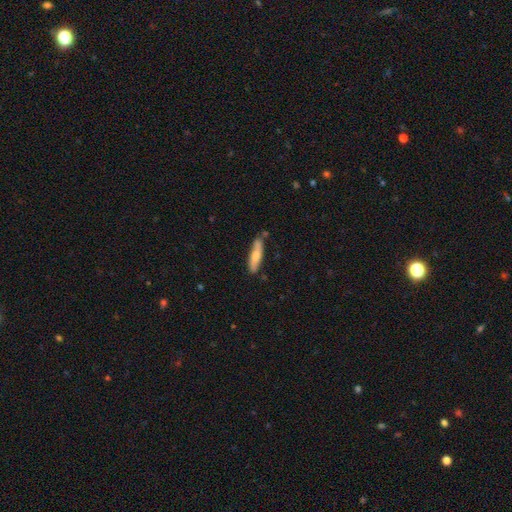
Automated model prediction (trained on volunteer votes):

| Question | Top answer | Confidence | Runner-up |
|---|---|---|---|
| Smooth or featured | smooth | 63% | featured or disk (31%) |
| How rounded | cigar-shaped | 74% | in between (24%) |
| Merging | none | 75% | minor disturbance (17%) |